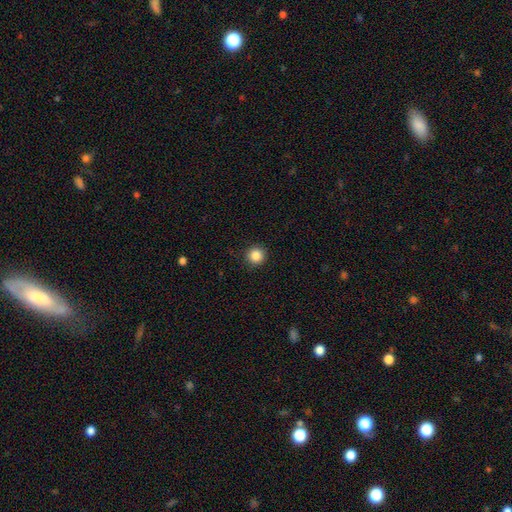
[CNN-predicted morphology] smooth-or-featured: smooth: 86% | star or artifact: 10% | featured or disk: 4%
  how-rounded: round: 96% | in between: 4% | cigar-shaped: 1%
  merging: none: 92% | minor disturbance: 5% | major disturbance: 2% | merger: 1%